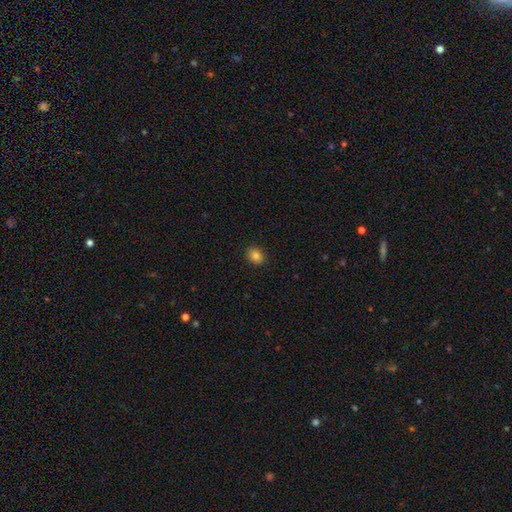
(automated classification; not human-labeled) Smooth or featured: smooth — 84% (star or artifact — 11%)
How rounded: round — 54% (in between — 45%)
Merging: none — 89% (minor disturbance — 8%)